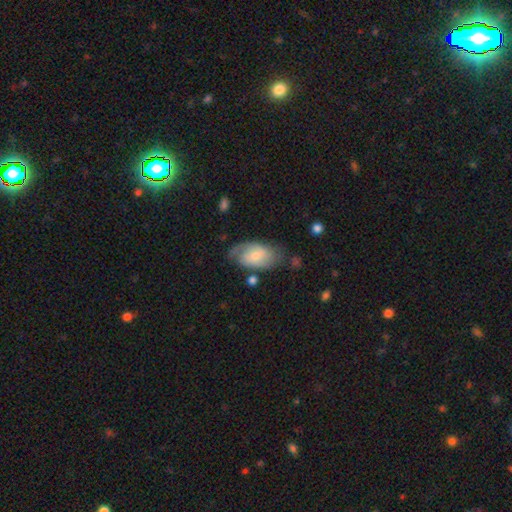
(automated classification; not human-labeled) smooth_or_featured: smooth (p=0.49) [alt: featured or disk p=0.45]
merging: none (p=0.58) [alt: minor disturbance p=0.25]